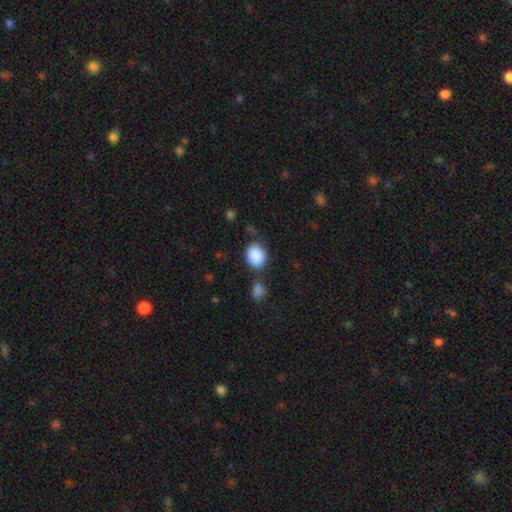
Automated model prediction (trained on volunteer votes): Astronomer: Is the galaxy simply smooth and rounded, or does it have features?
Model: smooth — 89%.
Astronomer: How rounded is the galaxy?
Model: in between — 54% (runner-up: round, 45%).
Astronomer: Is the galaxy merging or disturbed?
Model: none — 67%.